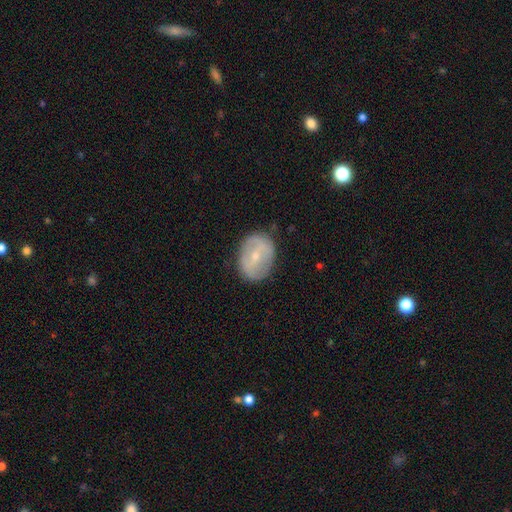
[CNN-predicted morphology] This appears to be a featured or disk galaxy (56%) with a weak bar (43%), no spiral arms (64%) and a small central bulge (63%). Merging: none (80%).